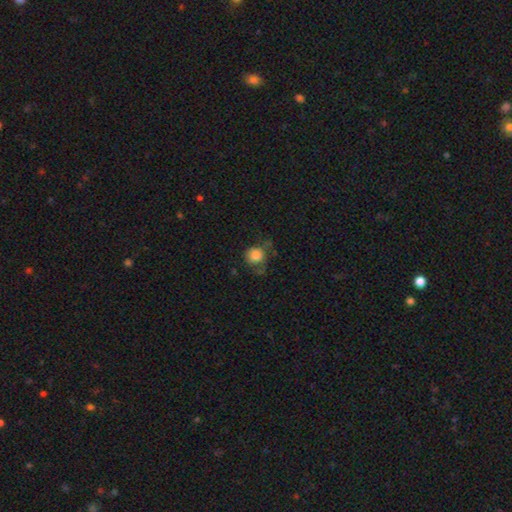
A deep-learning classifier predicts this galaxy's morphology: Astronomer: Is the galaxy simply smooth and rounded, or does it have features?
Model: smooth — 81%.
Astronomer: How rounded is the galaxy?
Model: round — 86%.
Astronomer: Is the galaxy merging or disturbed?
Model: none — 51% (runner-up: minor disturbance, 27%).